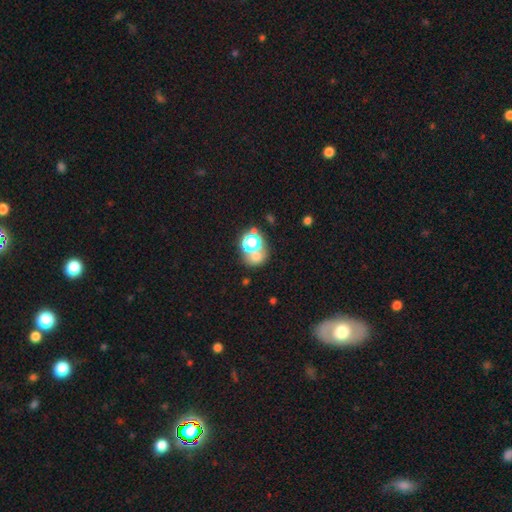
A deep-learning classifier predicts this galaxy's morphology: smooth_or_featured: smooth (p=0.60) [alt: star or artifact p=0.27]
how_rounded: round (p=0.70) [alt: in between p=0.29]
merging: none (p=0.44) [alt: merger p=0.40]